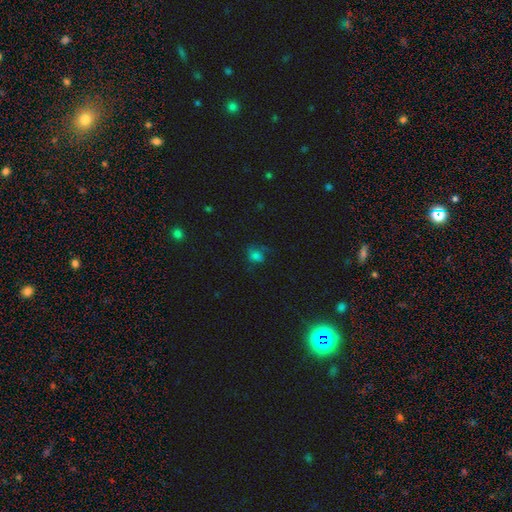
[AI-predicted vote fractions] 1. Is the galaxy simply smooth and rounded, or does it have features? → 64% smooth, 20% star or artifact, 16% featured or disk.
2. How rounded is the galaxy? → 57% round, 42% in between, 1% cigar-shaped.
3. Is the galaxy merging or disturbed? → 45% none, 26% minor disturbance, 26% major disturbance, 3% merger.